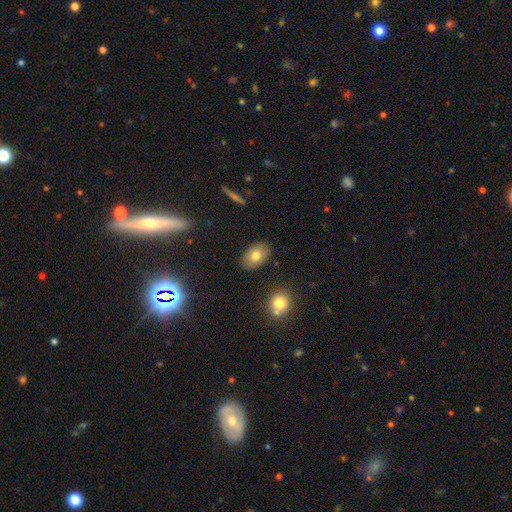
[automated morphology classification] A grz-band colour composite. It shows a smooth galaxy with no disk features (75%) that is in between round and cigar-shaped (87%). Merging: none (85%).